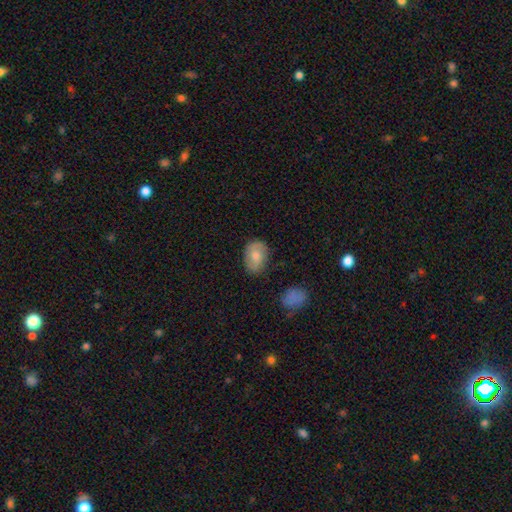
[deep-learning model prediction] smooth_or_featured: smooth (p=0.69) [alt: featured or disk p=0.24]
how_rounded: in between (p=0.80) [alt: round p=0.19]
merging: none (p=0.72) [alt: minor disturbance p=0.20]